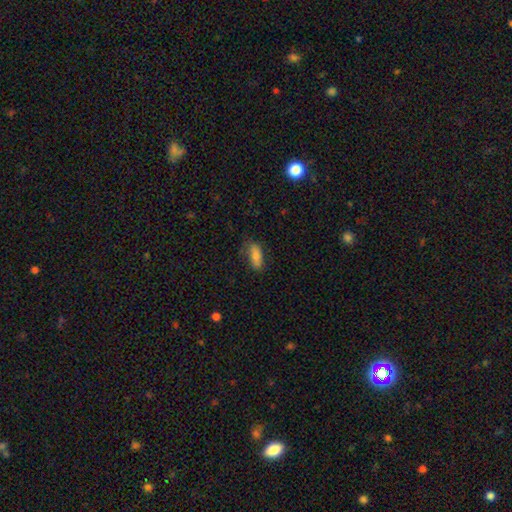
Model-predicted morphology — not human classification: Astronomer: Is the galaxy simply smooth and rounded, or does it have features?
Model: smooth — 76%.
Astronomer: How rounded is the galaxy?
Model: in between — 79%.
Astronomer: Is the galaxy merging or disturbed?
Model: none — 73%.